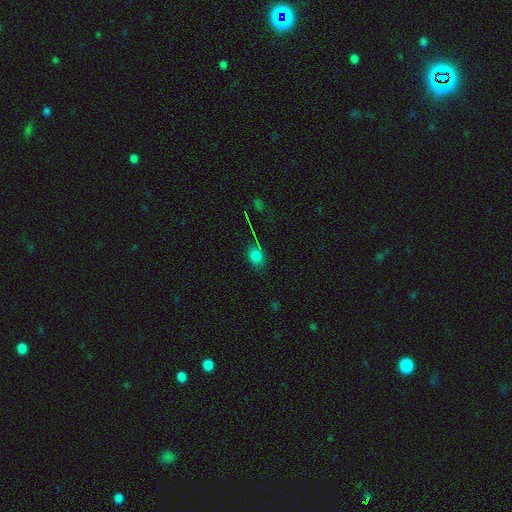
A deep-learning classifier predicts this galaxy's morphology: Q: Smooth or featured?
A: smooth (73%); runner-up: star or artifact (20%)
Q: How rounded?
A: in between (60%); runner-up: round (38%)
Q: Merging?
A: none (73%); runner-up: minor disturbance (18%)